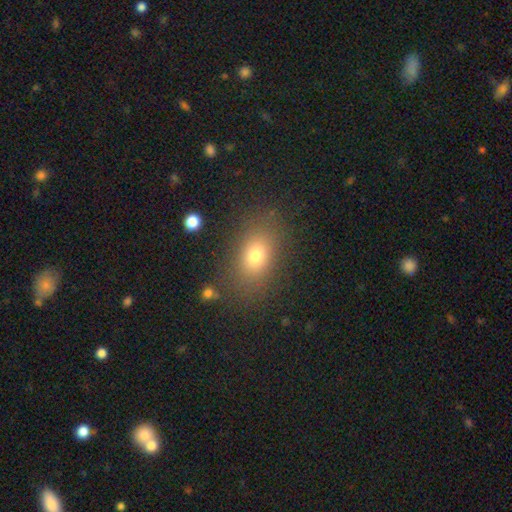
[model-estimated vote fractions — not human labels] Smooth or featured? smooth (74%)
How rounded? in between (75%)
Merging? none (82%)